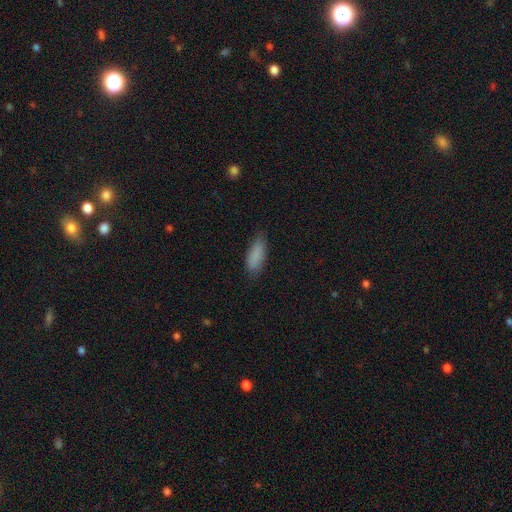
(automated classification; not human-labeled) smooth-or-featured: smooth: 87% | star or artifact: 7% | featured or disk: 6%
  how-rounded: in between: 63% | cigar-shaped: 36% | round: 2%
  merging: none: 79% | minor disturbance: 16% | major disturbance: 3% | merger: 1%